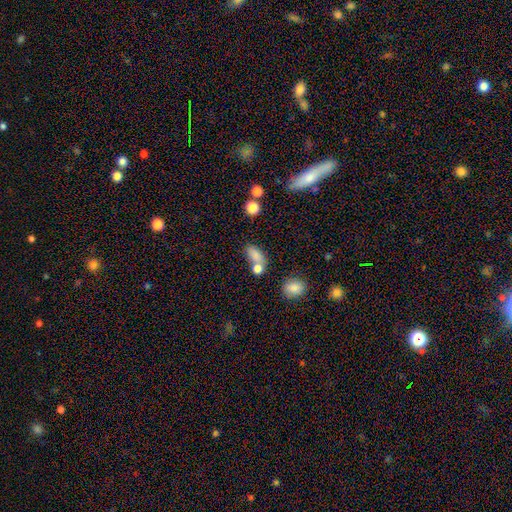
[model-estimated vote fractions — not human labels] A smooth galaxy with no disk features (79%) that is in between round and cigar-shaped (79%).

Vote fractions:
- Smooth or featured? smooth: 79% / star or artifact: 11% / featured or disk: 9%
- How rounded? in between: 79% / round: 15% / cigar-shaped: 7%
- Merging? none: 42% / merger: 37% / minor disturbance: 14% / major disturbance: 8%